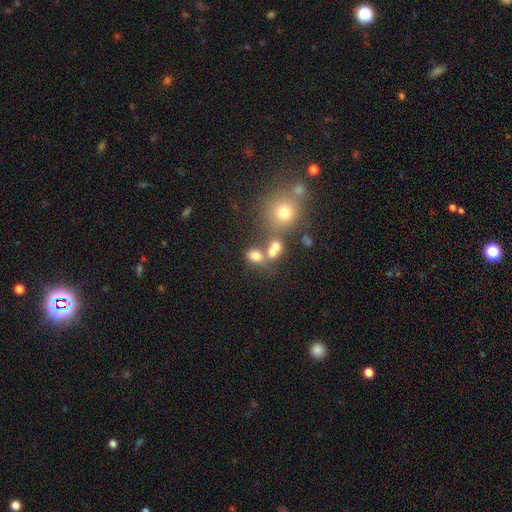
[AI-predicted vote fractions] The model was most divided on "merging": none: 43%, merger: 39%, minor disturbance: 11%, major disturbance: 7%. More confident: smooth or featured — smooth (73%); how rounded — in between (56%).